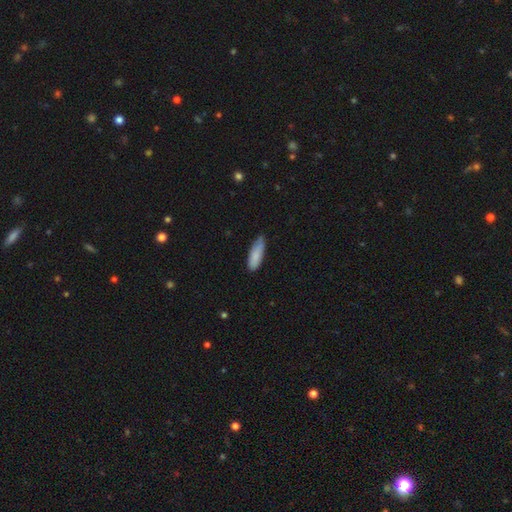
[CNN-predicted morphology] Smooth or featured? Predicted: smooth (p=0.85). How rounded? Predicted: in between (p=0.56). Merging? Predicted: none (p=0.66).